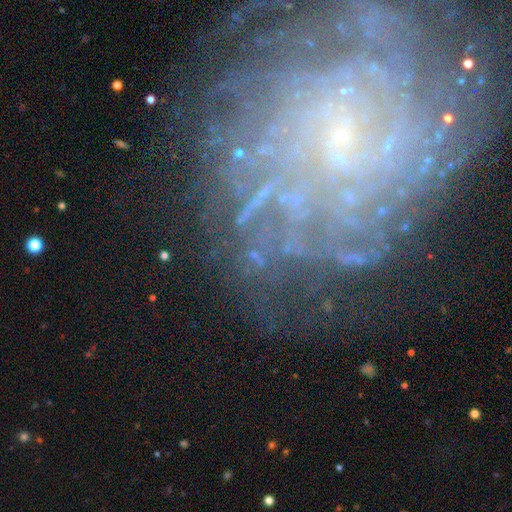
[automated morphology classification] smooth_or_featured: featured or disk (p=0.51) [alt: star or artifact p=0.35]
disk_edge_on: no (p=0.92) [alt: yes p=0.08]
merging: none (p=0.66) [alt: minor disturbance p=0.16]